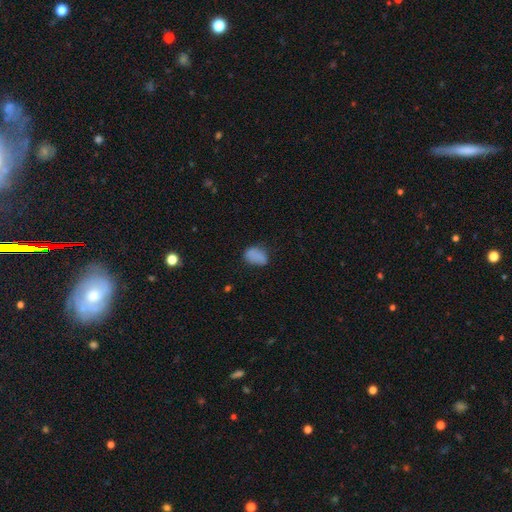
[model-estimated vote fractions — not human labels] smooth 84%, star or artifact 10%, featured or disk 6%. Down the decision tree: how rounded — in between (85%); merging — none (69%).